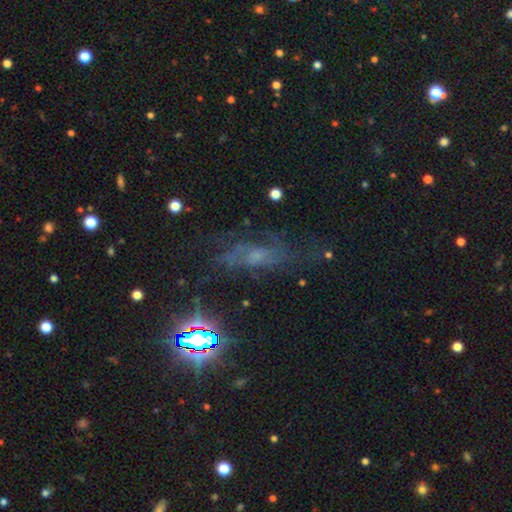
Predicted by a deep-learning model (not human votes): Smooth or featured? featured or disk (51%)
Edge-on disk? no (82%)
Merging? none (58%)